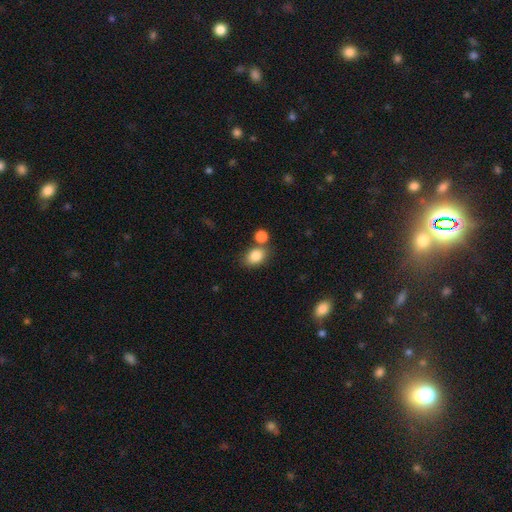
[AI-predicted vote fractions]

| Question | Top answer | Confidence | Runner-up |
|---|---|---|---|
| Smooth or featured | smooth | 84% | star or artifact (9%) |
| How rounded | in between | 70% | round (29%) |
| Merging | none | 63% | merger (21%) |